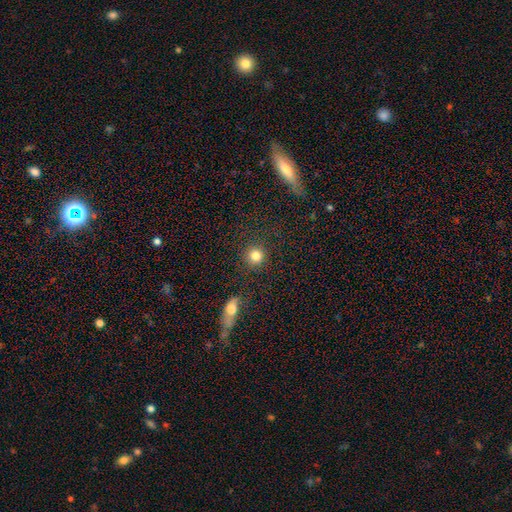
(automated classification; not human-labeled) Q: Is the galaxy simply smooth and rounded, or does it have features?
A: smooth — 82%.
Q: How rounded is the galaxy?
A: round — 92%.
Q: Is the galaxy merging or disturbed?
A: none — 86%.